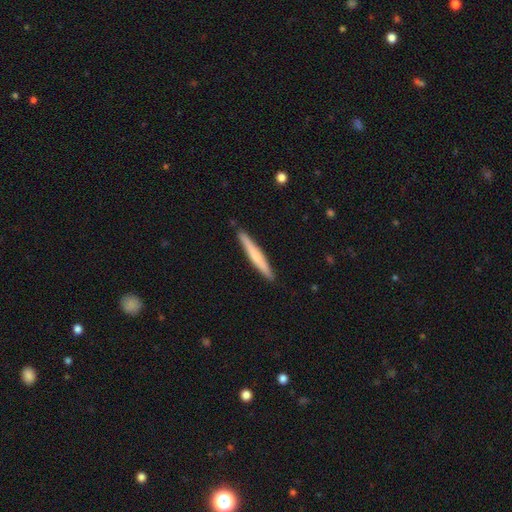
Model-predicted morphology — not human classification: Overall: smooth (53%; featured or disk 42%). How rounded: cigar-shaped (96%). Merging: none (91%).